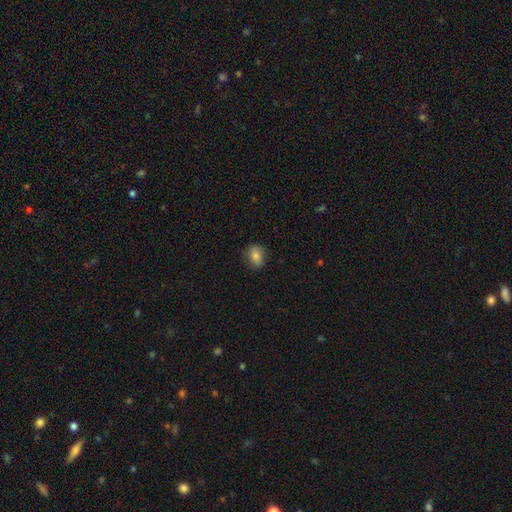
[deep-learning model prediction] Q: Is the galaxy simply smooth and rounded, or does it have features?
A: smooth — 79%.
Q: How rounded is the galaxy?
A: in between — 69%.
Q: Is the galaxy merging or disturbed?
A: none — 81%.